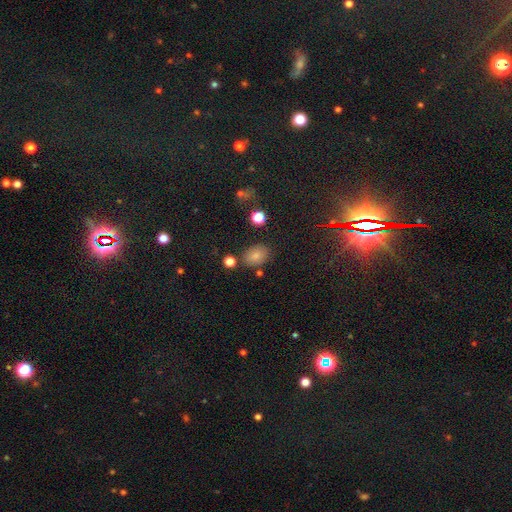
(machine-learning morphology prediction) type=smooth (79%); roundness=in between (73%); merging=none (78%).